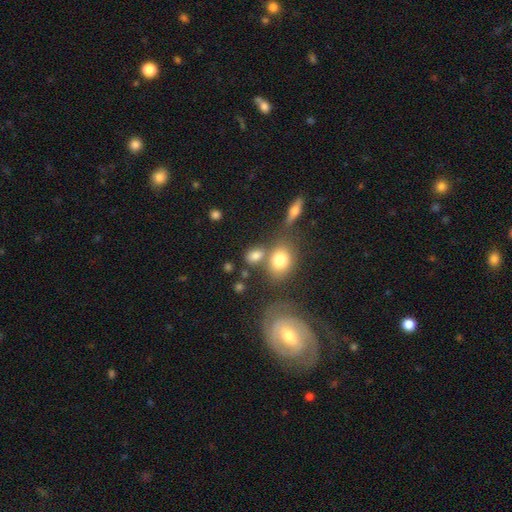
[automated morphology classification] A smooth galaxy with no disk features (75%) that is in between round and cigar-shaped (68%). Merging: none (56%).